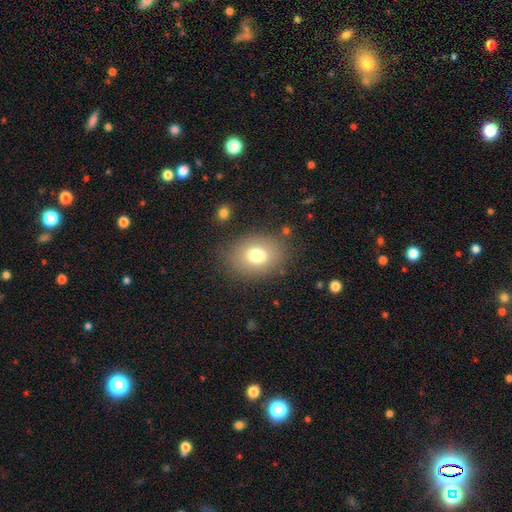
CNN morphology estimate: type=smooth (75%); roundness=in between (65%); merging=none (84%).